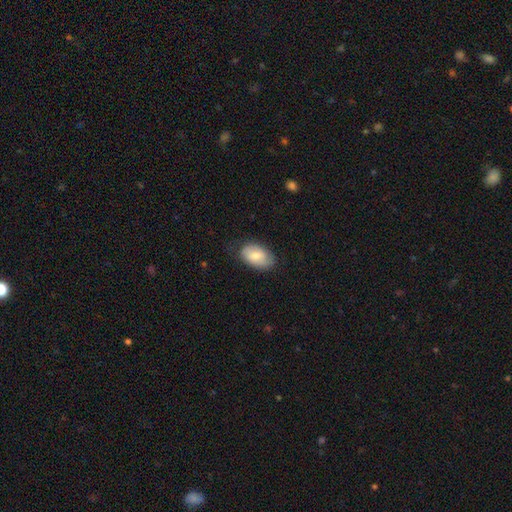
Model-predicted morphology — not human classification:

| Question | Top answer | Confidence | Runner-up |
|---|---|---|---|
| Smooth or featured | smooth | 75% | featured or disk (19%) |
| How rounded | in between | 92% | round (6%) |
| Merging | none | 72% | minor disturbance (22%) |